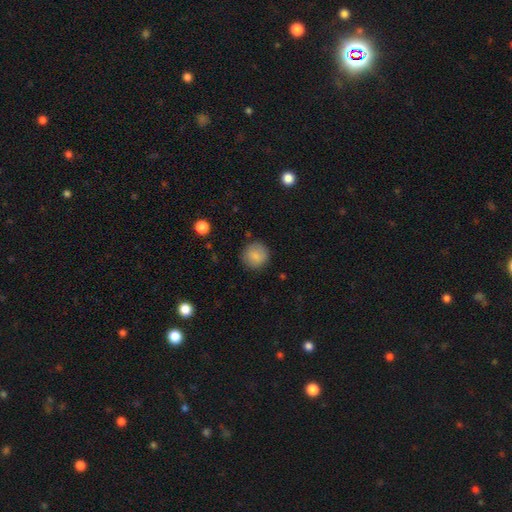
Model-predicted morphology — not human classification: The model was most divided on "smooth or featured": smooth: 85%, star or artifact: 8%, featured or disk: 7%. More confident: how rounded — round (93%); merging — none (86%).